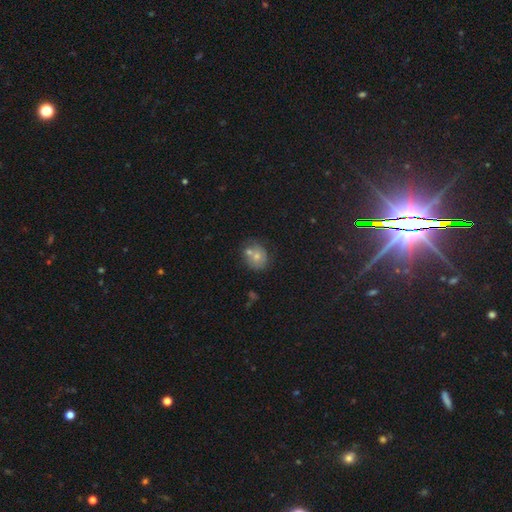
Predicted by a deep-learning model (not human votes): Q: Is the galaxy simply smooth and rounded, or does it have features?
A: smooth — 63%.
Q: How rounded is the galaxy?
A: round — 71%.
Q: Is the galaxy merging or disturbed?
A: none — 45%.